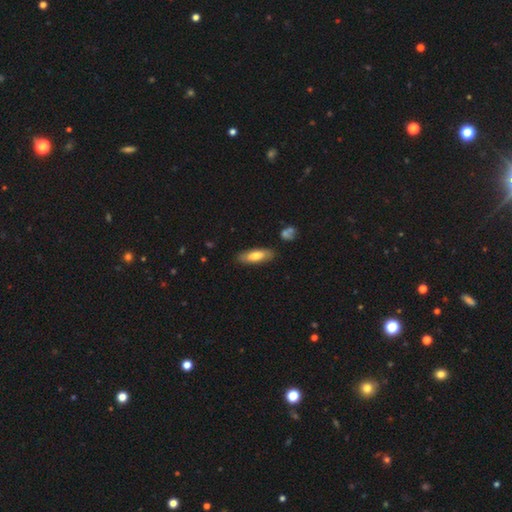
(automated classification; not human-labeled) This is likely a smooth galaxy (71%). How rounded: likely in between (60%). Merging: clearly none (83%).